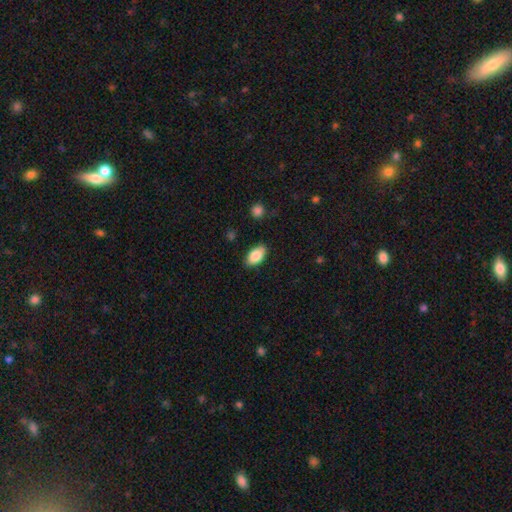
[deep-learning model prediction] Morphology: type=smooth (86%); roundness=in between (92%); merging=none (84%).